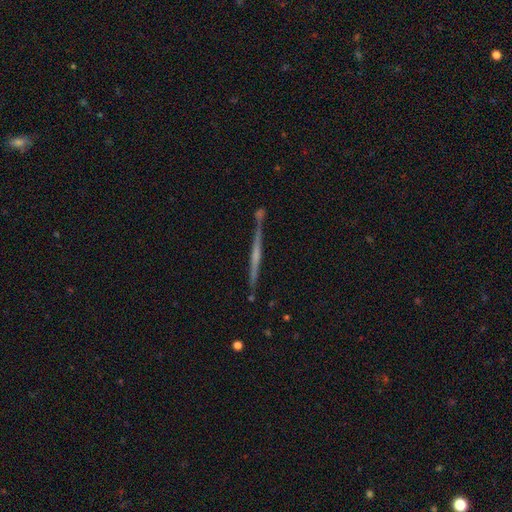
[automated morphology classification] A featured or disk galaxy (73%) viewed edge-on (98%) with no central bulge (56%). Merging: none (83%).